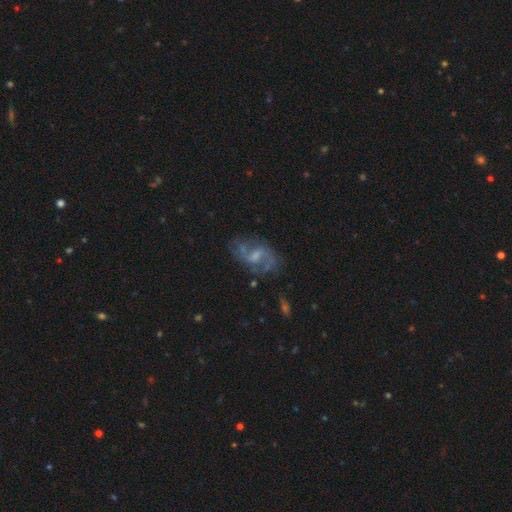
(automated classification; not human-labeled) Smooth or featured: featured or disk — 81% (smooth — 11%)
Edge-on disk: no — 97% (yes — 3%)
Bar: weak — 58% (no — 25%)
Spiral arms: yes — 92% (no — 8%)
Spiral winding: medium — 46% (loose — 41%)
Spiral arm count: 2 — 82% (can't tell — 9%)
Bulge size: small — 38% (moderate — 34%)
Merging: none — 67% (minor disturbance — 18%)